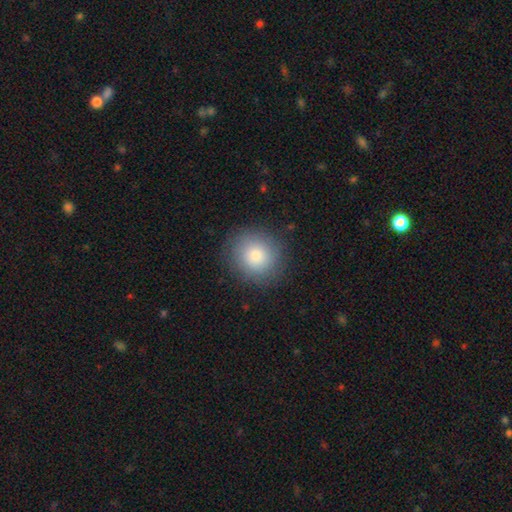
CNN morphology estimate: The model was most divided on "smooth or featured": smooth: 81%, featured or disk: 10%, star or artifact: 9%. More confident: how rounded — round (89%); merging — none (87%).